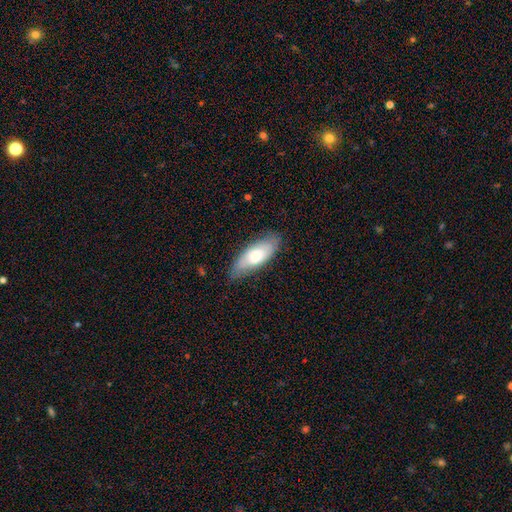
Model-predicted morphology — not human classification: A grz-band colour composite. It shows a smooth galaxy with no disk features (66%) that is in between round and cigar-shaped (74%). Merging: none (76%).